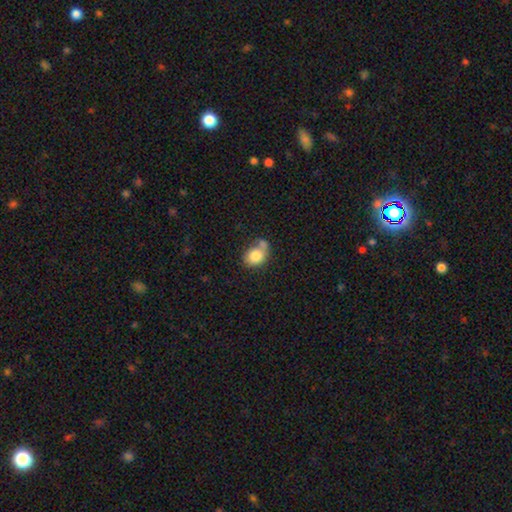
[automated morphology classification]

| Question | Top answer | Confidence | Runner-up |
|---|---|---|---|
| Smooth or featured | smooth | 82% | featured or disk (10%) |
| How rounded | in between | 53% | round (46%) |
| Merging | none | 42% | merger (34%) |